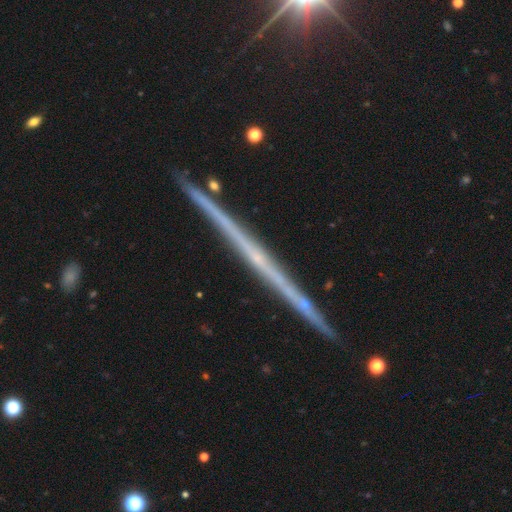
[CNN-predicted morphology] A featured or disk galaxy (74%) viewed edge-on (98%) with no central bulge (76%). Merging: none (90%).